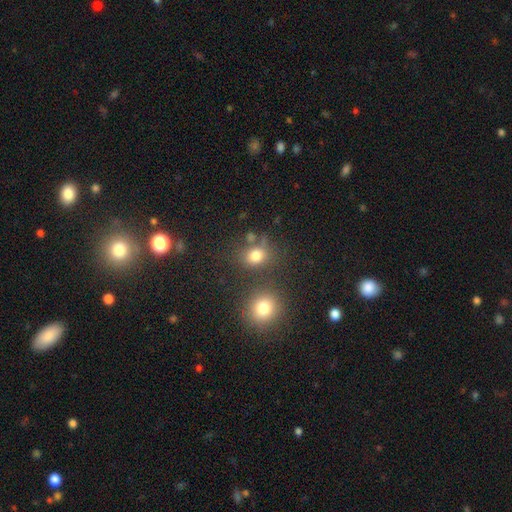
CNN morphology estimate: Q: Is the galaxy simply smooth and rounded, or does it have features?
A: smooth — 76%.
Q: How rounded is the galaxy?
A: round — 62%.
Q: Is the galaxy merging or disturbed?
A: none — 63%.